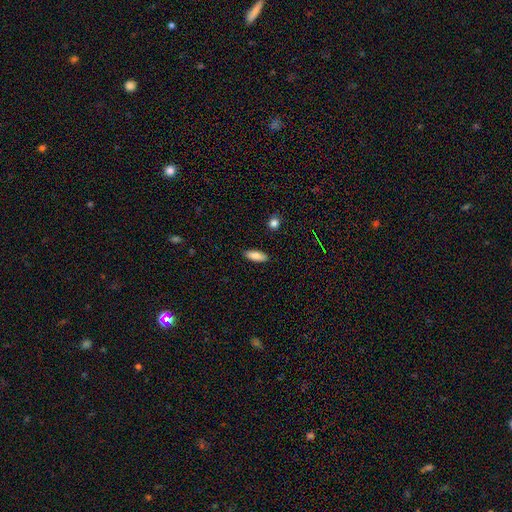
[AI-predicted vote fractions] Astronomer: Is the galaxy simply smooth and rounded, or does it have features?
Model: smooth — 86%.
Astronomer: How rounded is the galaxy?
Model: in between — 72%.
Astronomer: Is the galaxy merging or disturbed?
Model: none — 89%.